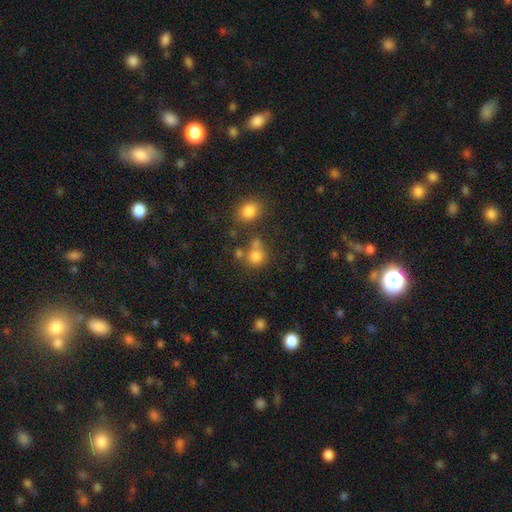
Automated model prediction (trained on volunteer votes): Smooth or featured?
  - smooth: 78% *
  - star or artifact: 14%
  - featured or disk: 8%
How rounded?
  - round: 84% *
  - in between: 15%
  - cigar-shaped: 1%
Merging?
  - none: 58% *
  - merger: 26%
  - minor disturbance: 10%
  - major disturbance: 5%